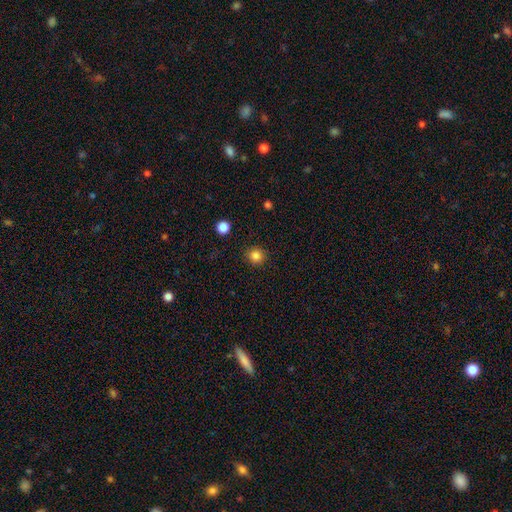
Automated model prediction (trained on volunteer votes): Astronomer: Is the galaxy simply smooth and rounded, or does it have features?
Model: smooth — 84%.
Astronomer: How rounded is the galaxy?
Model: round — 92%.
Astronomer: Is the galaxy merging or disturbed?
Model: none — 91%.